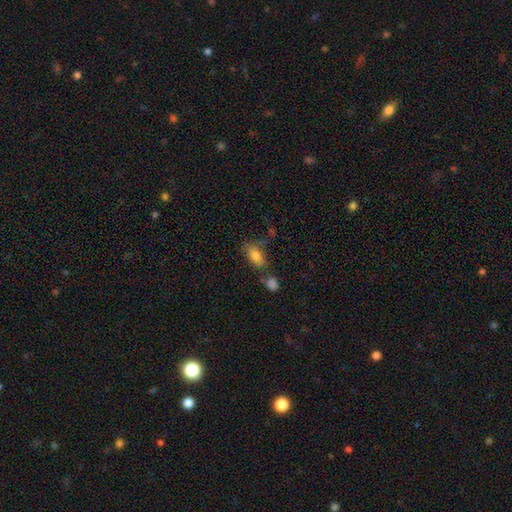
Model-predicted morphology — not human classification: type=smooth (78%); roundness=in between (87%); merging=none (58%).